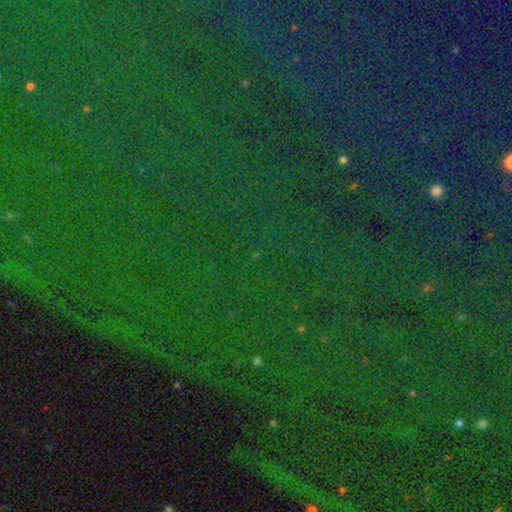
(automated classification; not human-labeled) A star or artifact, not a galaxy (81%).

Vote fractions:
- Smooth or featured? star or artifact: 81% / smooth: 11% / featured or disk: 8%